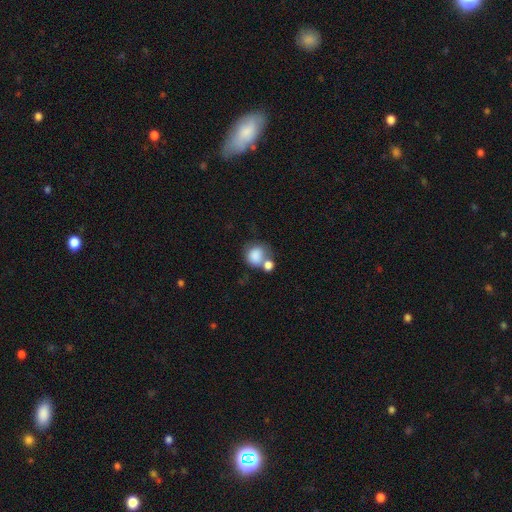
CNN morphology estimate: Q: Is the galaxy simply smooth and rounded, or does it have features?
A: smooth — 83%.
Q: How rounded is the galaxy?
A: round — 71%.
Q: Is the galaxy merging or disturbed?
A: merger — 42%.